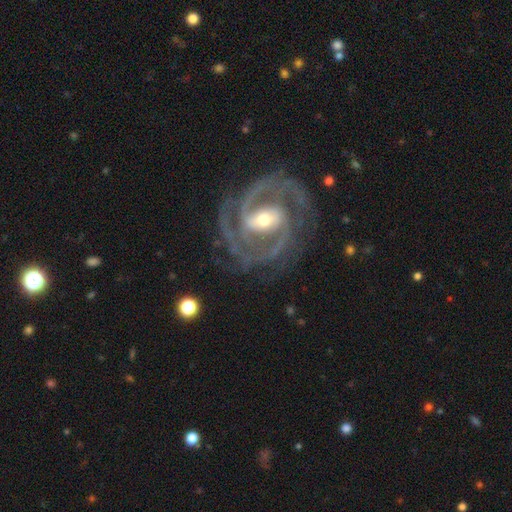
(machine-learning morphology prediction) smooth_or_featured: featured or disk (p=0.92) [alt: star or artifact p=0.05]
disk_edge_on: no (p=0.97) [alt: yes p=0.03]
bar: strong (p=0.51) [alt: weak p=0.36]
has_spiral_arms: yes (p=0.98) [alt: no p=0.02]
spiral_winding: tight (p=0.57) [alt: medium p=0.38]
spiral_arm_count: 2 (p=0.80) [alt: 3 p=0.10]
bulge_size: moderate (p=0.58) [alt: small p=0.33]
merging: none (p=0.80) [alt: minor disturbance p=0.13]